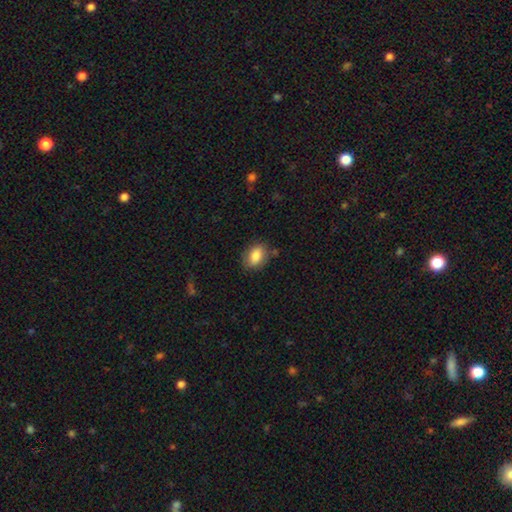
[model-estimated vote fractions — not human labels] smooth 85%, featured or disk 8%, star or artifact 8%. Down the decision tree: how rounded — in between (80%); merging — none (80%).